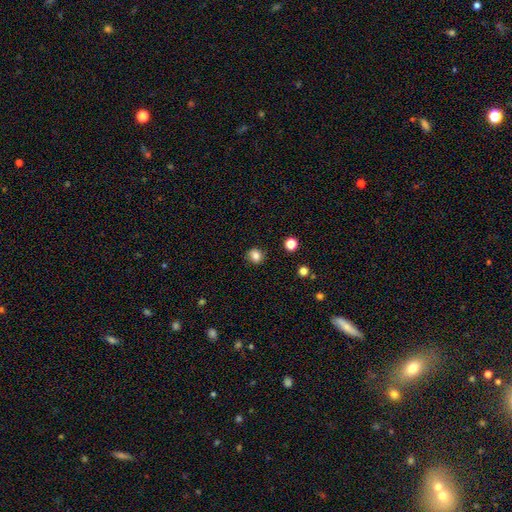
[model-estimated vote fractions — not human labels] A smooth galaxy with no disk features (82%) that is round (76%). Merging: none (86%).